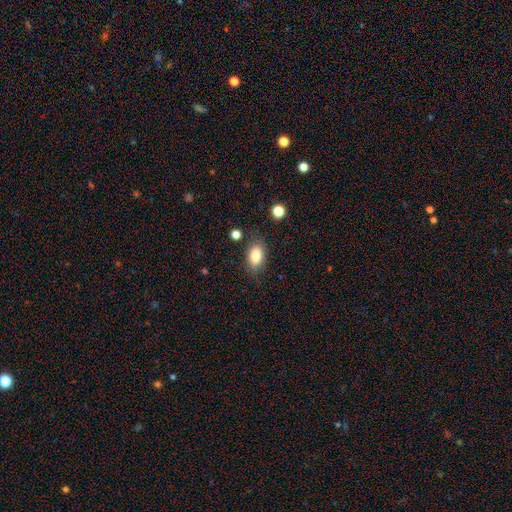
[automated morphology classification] Overall: smooth (84%). How rounded: in between (89%). Merging: none (80%).